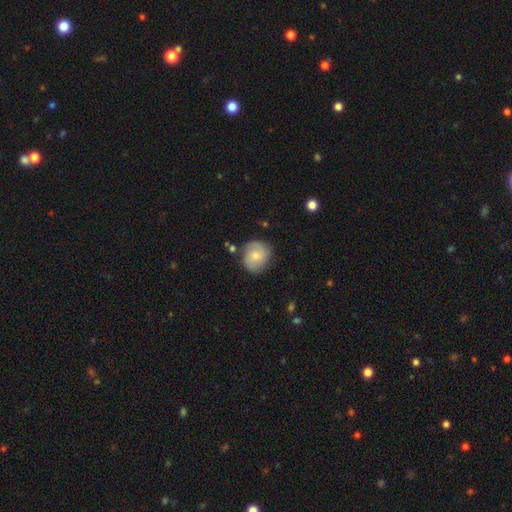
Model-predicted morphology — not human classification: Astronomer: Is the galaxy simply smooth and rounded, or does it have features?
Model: smooth — 58% (runner-up: featured or disk, 34%).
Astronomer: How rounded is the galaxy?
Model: round — 83%.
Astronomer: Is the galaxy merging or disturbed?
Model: none — 77%.